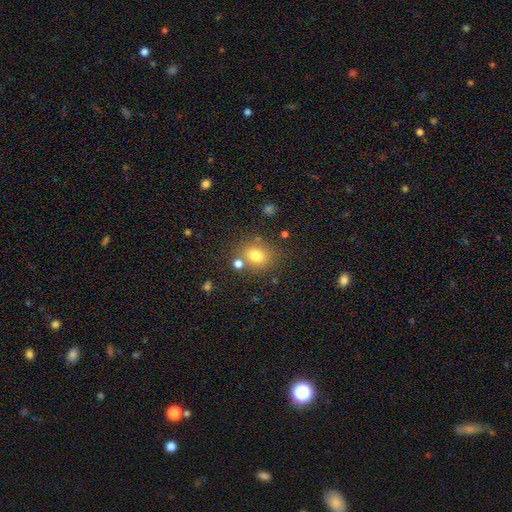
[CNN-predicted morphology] smooth 76%, star or artifact 14%, featured or disk 10%. Down the decision tree: how rounded — round (56%); merging — none (70%).